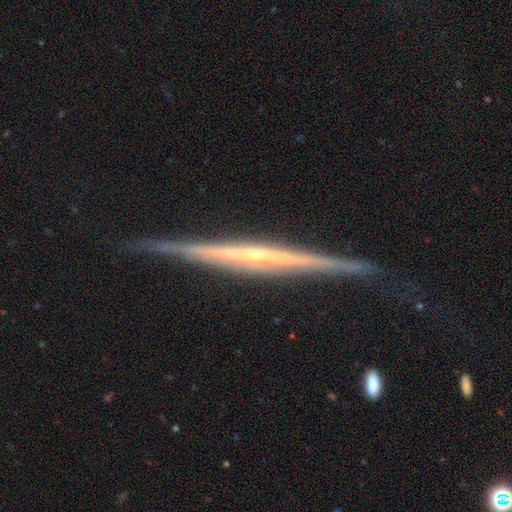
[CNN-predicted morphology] featured or disk 86%, smooth 9%, star or artifact 5%. Down the decision tree: edge-on disk — yes (98%); edge-on bulge — none (54%); merging — none (86%).